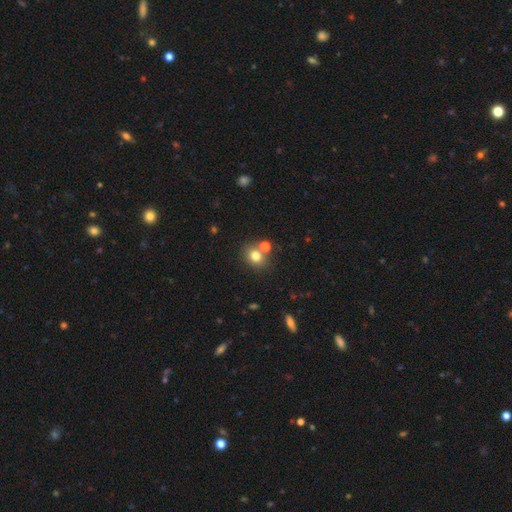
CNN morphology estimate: Smooth or featured? smooth (76%)
How rounded? round (74%)
Merging? none (64%)